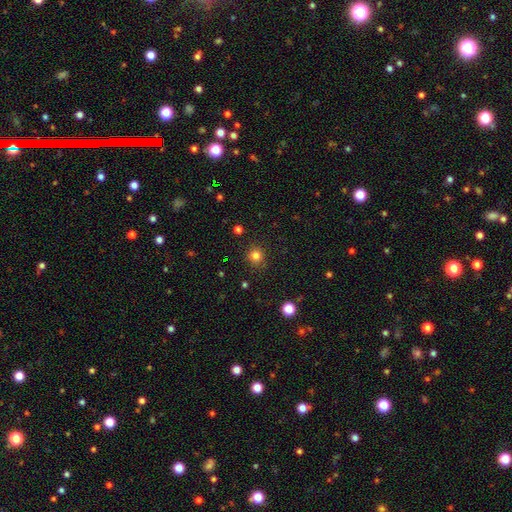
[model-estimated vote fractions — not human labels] Overall: smooth (81%). How rounded: round (92%). Merging: none (89%).